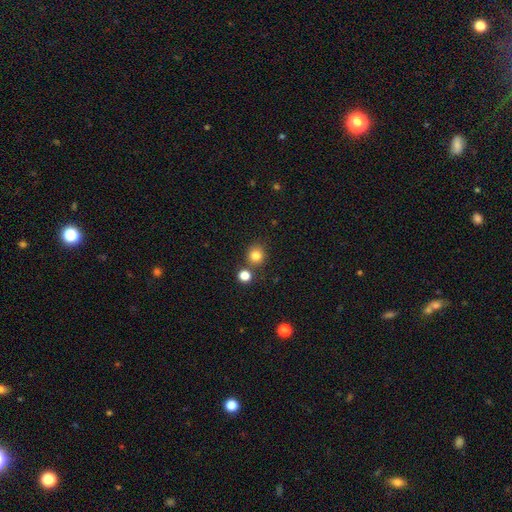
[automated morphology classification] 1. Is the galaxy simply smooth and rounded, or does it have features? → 82% smooth, 13% star or artifact, 5% featured or disk.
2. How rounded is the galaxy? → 87% round, 12% in between, 1% cigar-shaped.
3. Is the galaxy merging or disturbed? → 75% none, 13% merger, 9% minor disturbance, 3% major disturbance.